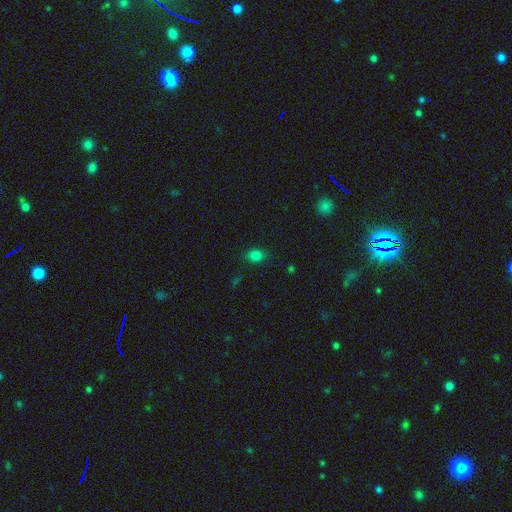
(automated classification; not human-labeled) A smooth galaxy with no disk features (80%) that is round (57%). Merging: none (86%).